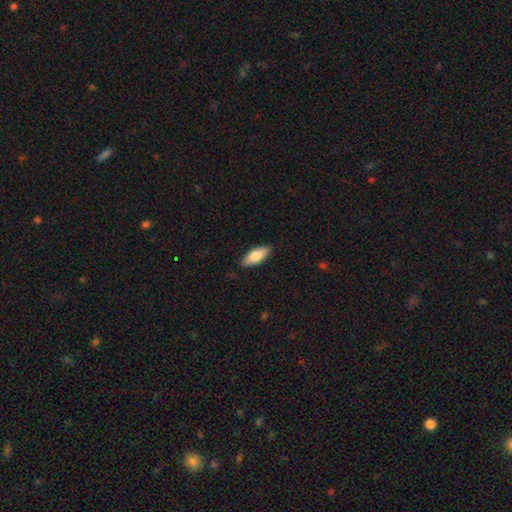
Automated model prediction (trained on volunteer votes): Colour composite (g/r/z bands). It shows a smooth galaxy with no disk features (79%) that is in between round and cigar-shaped (78%). Merging: none (86%).